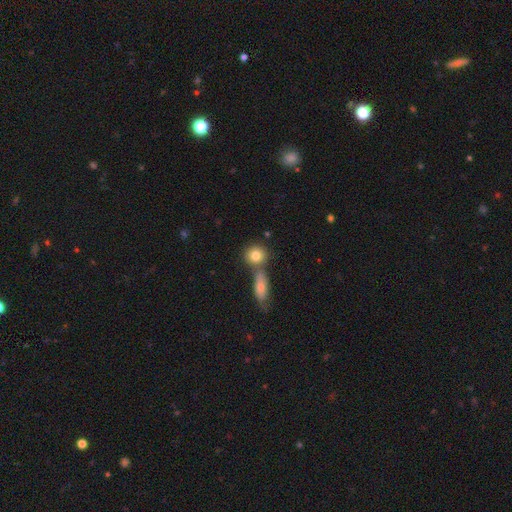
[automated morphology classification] A smooth galaxy with no disk features (78%) that is round (79%). Merging: none (58%).